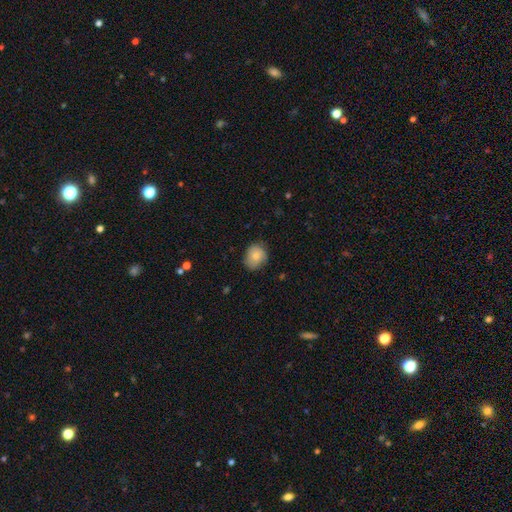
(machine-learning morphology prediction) A smooth galaxy with no disk features (77%) that is round (60%). Merging: none (73%).